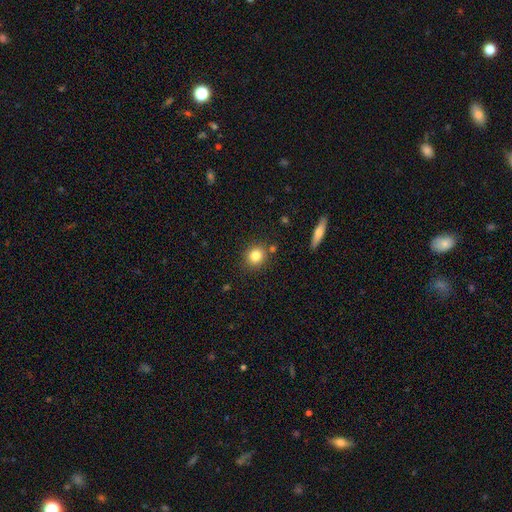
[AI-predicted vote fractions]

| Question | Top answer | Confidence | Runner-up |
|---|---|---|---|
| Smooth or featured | smooth | 82% | star or artifact (10%) |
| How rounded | round | 79% | in between (19%) |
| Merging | none | 82% | minor disturbance (9%) |